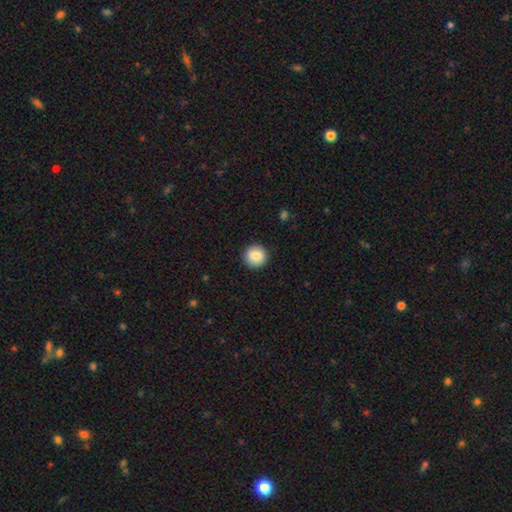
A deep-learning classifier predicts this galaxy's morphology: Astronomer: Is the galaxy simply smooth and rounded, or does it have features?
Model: smooth — 86%.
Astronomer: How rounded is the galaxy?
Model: round — 95%.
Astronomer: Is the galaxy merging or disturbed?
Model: none — 92%.